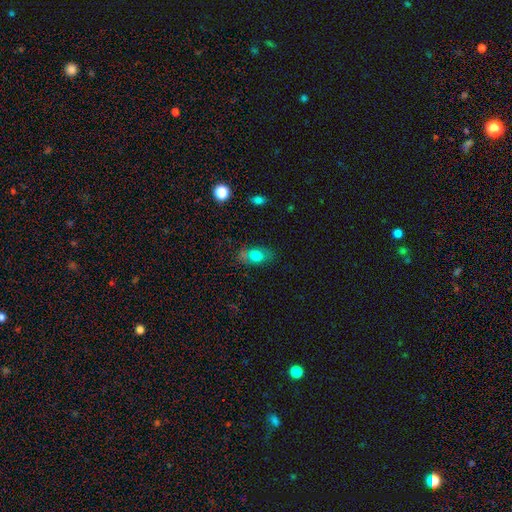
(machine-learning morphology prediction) smooth_or_featured: smooth (p=0.73) [alt: featured or disk p=0.16]
how_rounded: in between (p=0.79) [alt: round p=0.17]
merging: none (p=0.62) [alt: minor disturbance p=0.22]